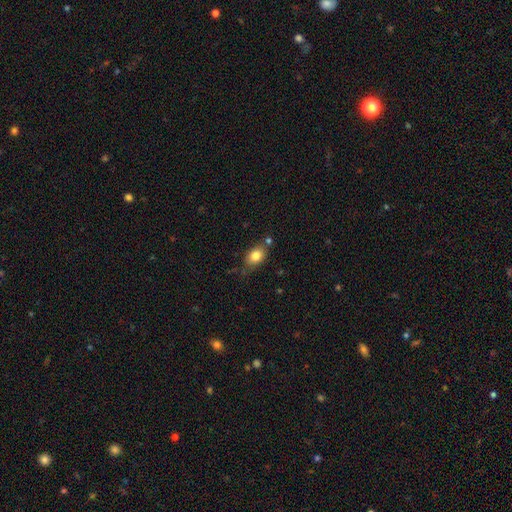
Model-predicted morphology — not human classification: Smooth or featured: smooth — 82% (featured or disk — 10%)
How rounded: in between — 76% (round — 22%)
Merging: none — 65% (minor disturbance — 19%)